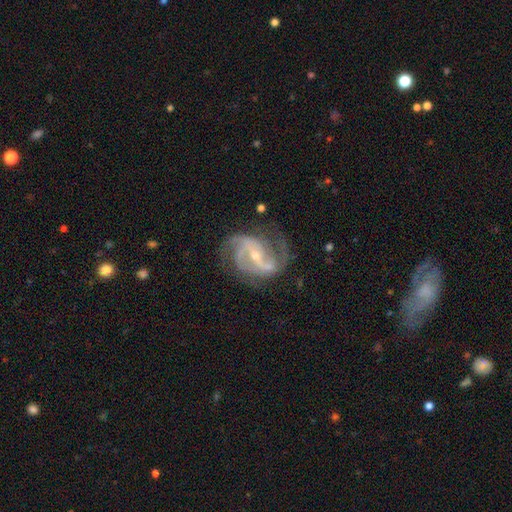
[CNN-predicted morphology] Smooth or featured? featured or disk (91%)
Edge-on disk? no (97%)
Bar? strong (42%)
Spiral arms? yes (97%)
Spiral winding? medium (53%)
Spiral arm count? 2 (53%)
Bulge size? small (65%)
Merging? none (68%)